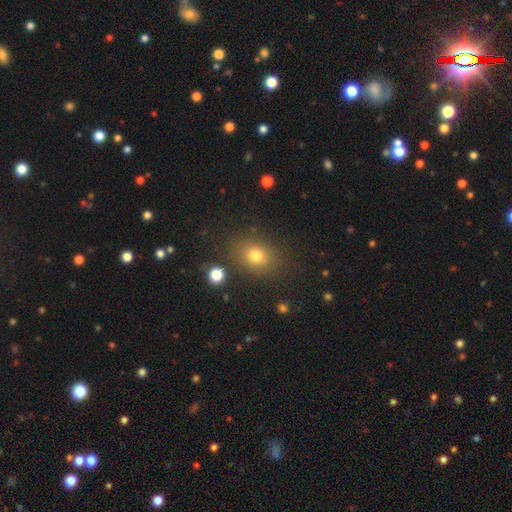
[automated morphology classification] The model was most divided on "how rounded": in between: 53%, round: 45%, cigar-shaped: 1%. More confident: merging — none (81%); smooth or featured — smooth (75%).